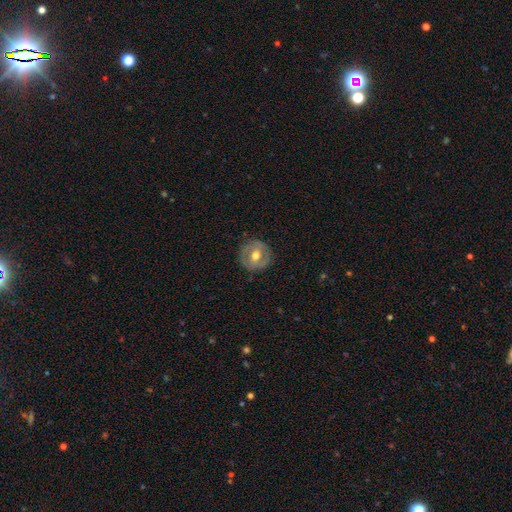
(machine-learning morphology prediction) Smooth or featured? Predicted: featured or disk (p=0.55). Edge-on disk? Predicted: no (p=0.95). Bar? Predicted: weak (p=0.41). Spiral arms? Predicted: no (p=0.65). Bulge size? Predicted: moderate (p=0.78). Merging? Predicted: none (p=0.85).